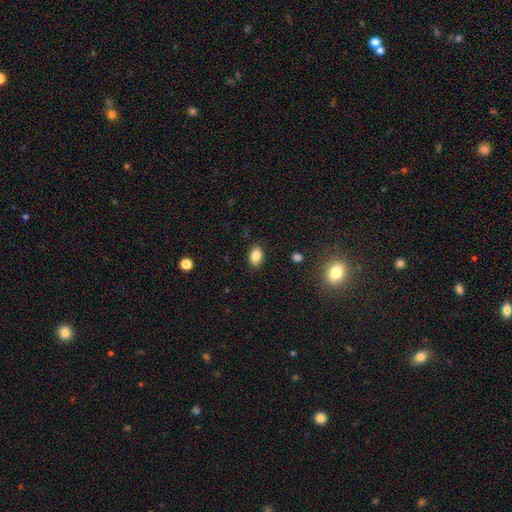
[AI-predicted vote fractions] smooth 86%, star or artifact 9%, featured or disk 5%. Down the decision tree: how rounded — in between (86%); merging — none (86%).